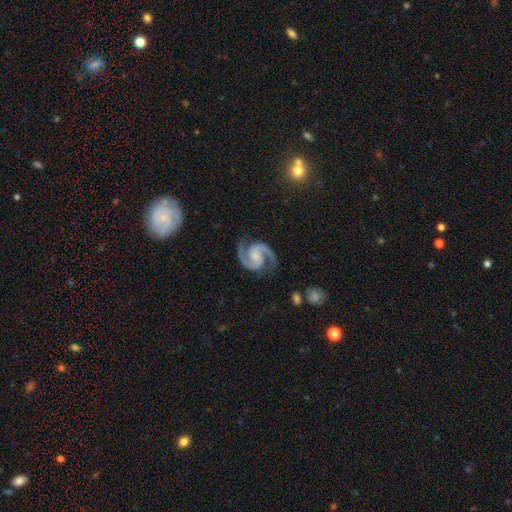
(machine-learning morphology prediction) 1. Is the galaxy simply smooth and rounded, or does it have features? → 94% featured or disk, 4% star or artifact, 3% smooth.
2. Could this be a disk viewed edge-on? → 98% no, 2% yes.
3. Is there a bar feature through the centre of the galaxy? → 52% no, 34% weak, 13% strong.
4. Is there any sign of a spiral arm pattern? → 99% yes, 1% no.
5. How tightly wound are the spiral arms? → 64% medium, 25% tight, 11% loose.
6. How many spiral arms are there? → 95% 2, 1% 3, 1% can't tell, 1% 1, 1% 4, 1% more than 4.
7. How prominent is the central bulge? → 35% small, 30% none, 28% moderate, 6% large, 2% dominant.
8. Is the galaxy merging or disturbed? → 83% none, 12% minor disturbance, 4% major disturbance, 1% merger.